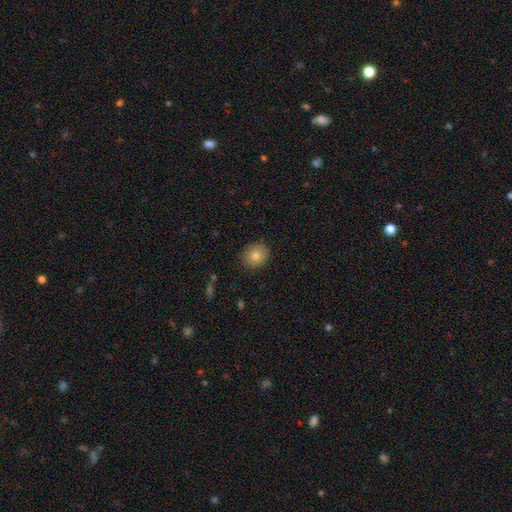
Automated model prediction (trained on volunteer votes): smooth_or_featured: smooth (p=0.81) [alt: star or artifact p=0.10]
how_rounded: round (p=0.79) [alt: in between p=0.20]
merging: none (p=0.87) [alt: minor disturbance p=0.10]